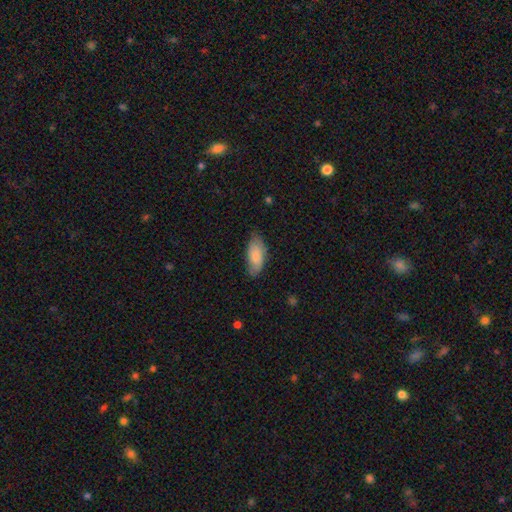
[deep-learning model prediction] smooth_or_featured: smooth (p=0.83) [alt: featured or disk p=0.11]
how_rounded: in between (p=0.86) [alt: cigar-shaped p=0.12]
merging: none (p=0.73) [alt: minor disturbance p=0.22]